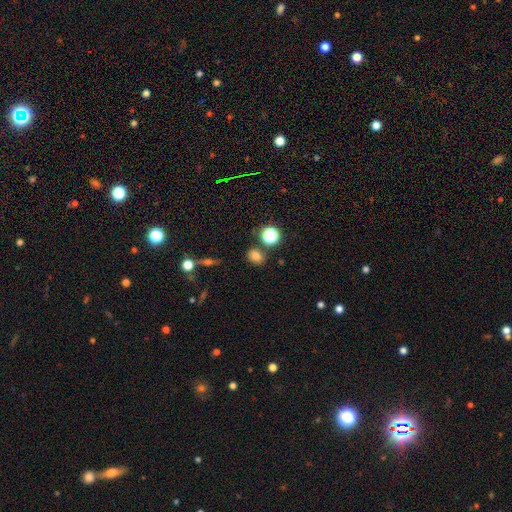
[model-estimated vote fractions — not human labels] smooth 75%, star or artifact 17%, featured or disk 7%. Down the decision tree: how rounded — round (50%); merging — none (79%).